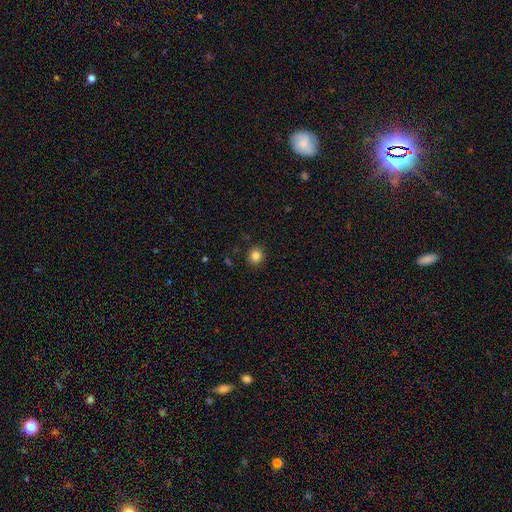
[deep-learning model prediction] Overall: smooth (83%). How rounded: round (84%). Merging: none (89%).